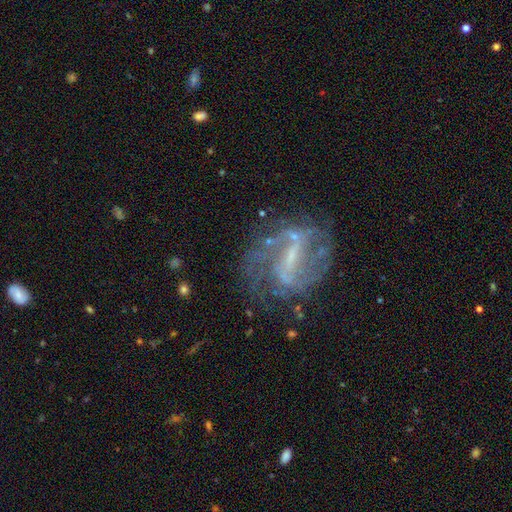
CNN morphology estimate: A featured or disk galaxy (82%) with a strong bar (50%), 2 (69%) medium (44%) spiral arms (86%) and a small central bulge (48%).

Vote fractions:
- Smooth or featured? featured or disk: 82% / star or artifact: 9% / smooth: 9%
- Edge-on disk? no: 95% / yes: 5%
- Bar? strong: 50% / weak: 37% / no: 13%
- Spiral arms? yes: 86% / no: 14%
- Spiral winding? medium: 44% / loose: 34% / tight: 22%
- Spiral arm count? 2: 69% / can't tell: 16% / 3: 5% / 1: 5% / 4: 2% / more than 4: 2%
- Bulge size? small: 48% / none: 31% / moderate: 18% / large: 2% / dominant: 1%
- Merging? none: 64% / minor disturbance: 17% / major disturbance: 15% / merger: 4%